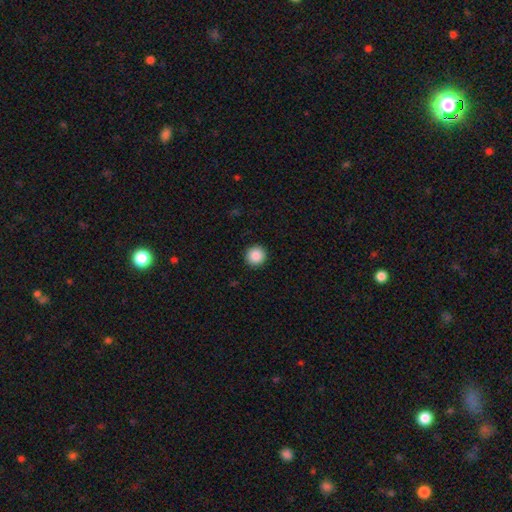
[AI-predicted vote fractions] The model was most divided on "smooth or featured": smooth: 88%, star or artifact: 8%, featured or disk: 3%. More confident: how rounded — round (96%); merging — none (94%).